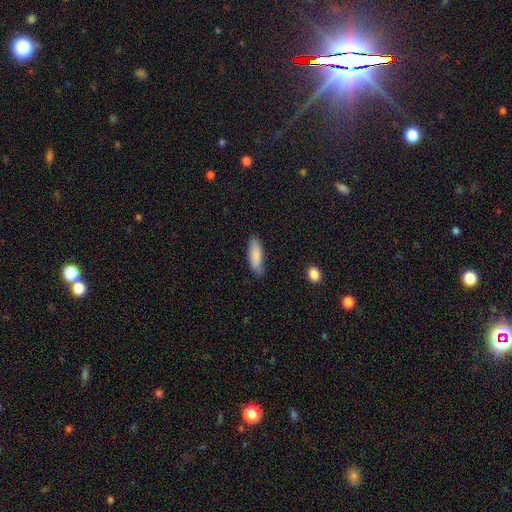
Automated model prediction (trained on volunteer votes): Overall: smooth (87%). How rounded: in between (55%; cigar-shaped 43%). Merging: none (83%).